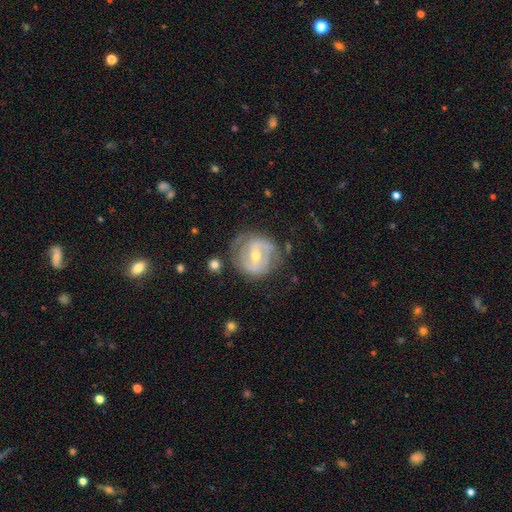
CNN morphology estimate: featured or disk 79%, smooth 15%, star or artifact 6%. Down the decision tree: edge-on disk — no (97%); bar — weak (45%); spiral arms — yes (85%); spiral arm count — 2 (66%); spiral winding — tight (48%); bulge size — moderate (53%); merging — none (71%).